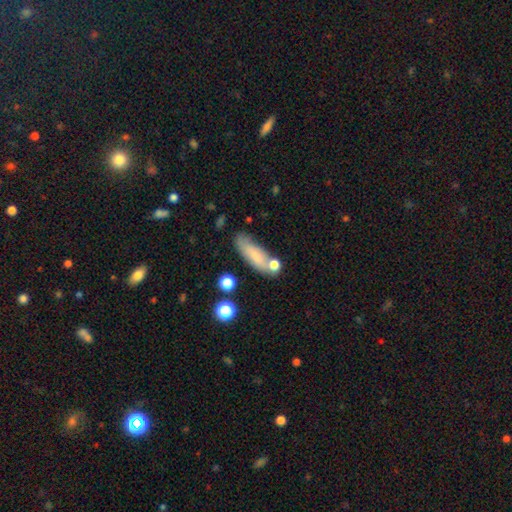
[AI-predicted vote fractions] Overall: smooth (75%). How rounded: in between (54%; cigar-shaped 42%). Merging: none (61%).